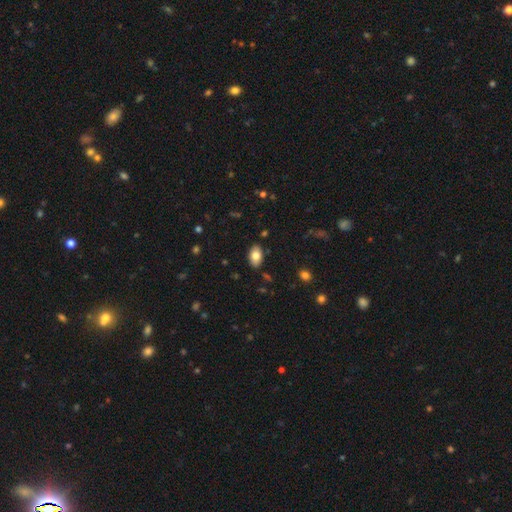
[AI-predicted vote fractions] This appears to be a smooth galaxy with no disk features (80%) that is in between round and cigar-shaped (92%). Merging: none (86%).